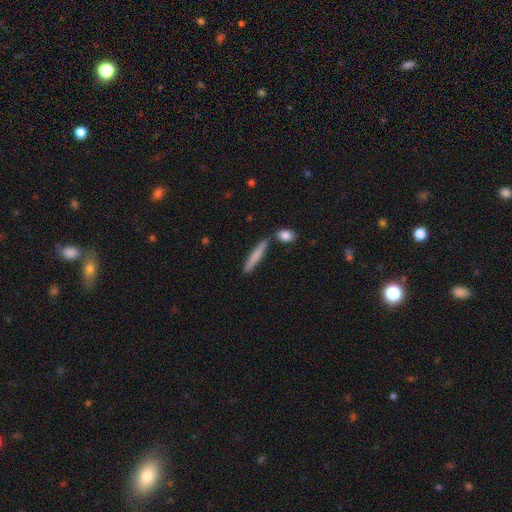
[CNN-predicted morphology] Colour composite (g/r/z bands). It shows a smooth galaxy with no disk features (74%) that is cigar-shaped (92%). Merging: none (78%).